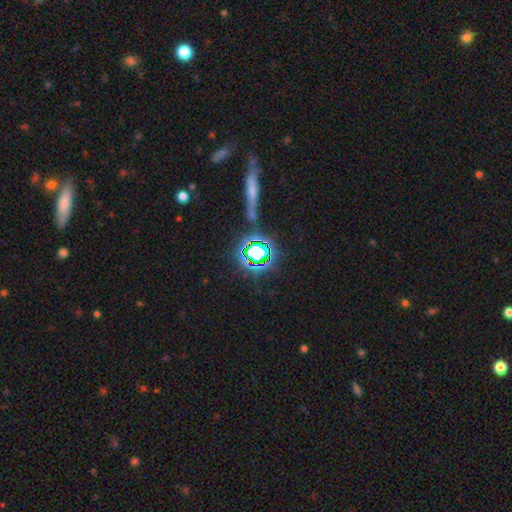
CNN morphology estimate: This appears to be a star or artifact, not a galaxy (68%).